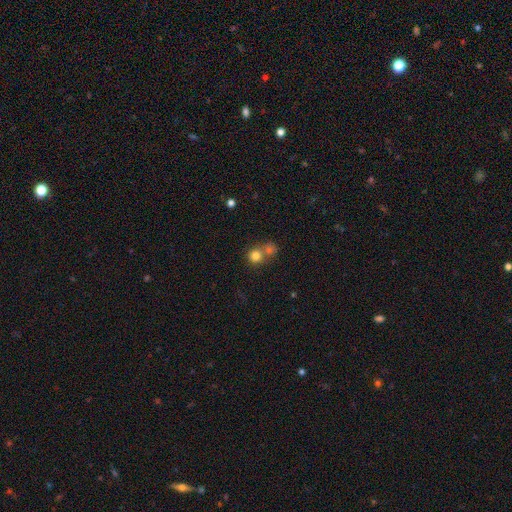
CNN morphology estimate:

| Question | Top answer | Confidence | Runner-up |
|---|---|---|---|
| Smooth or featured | smooth | 78% | star or artifact (13%) |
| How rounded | round | 87% | in between (12%) |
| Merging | merger | 46% | none (44%) |